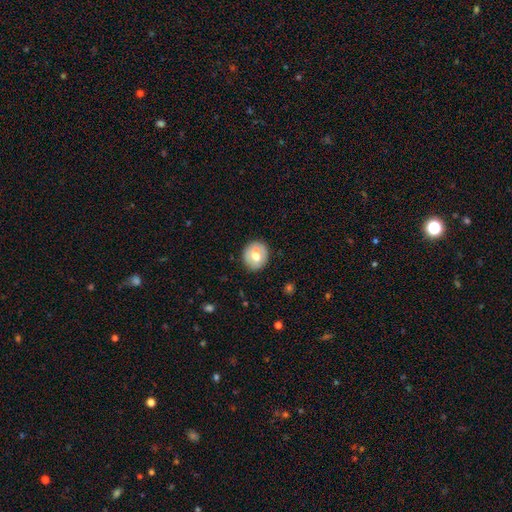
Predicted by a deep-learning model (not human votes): Q: Smooth or featured?
A: smooth (56%); runner-up: featured or disk (37%)
Q: How rounded?
A: round (74%); runner-up: in between (25%)
Q: Merging?
A: none (80%); runner-up: minor disturbance (13%)